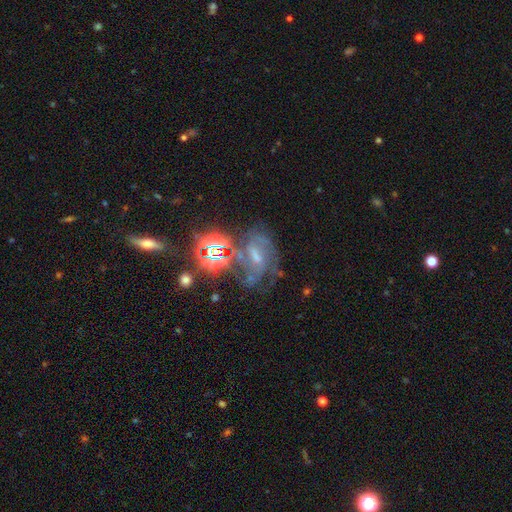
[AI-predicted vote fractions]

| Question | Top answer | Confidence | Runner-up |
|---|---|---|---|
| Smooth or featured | featured or disk | 55% | star or artifact (31%) |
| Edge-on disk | no | 94% | yes (6%) |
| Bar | weak | 46% | no (30%) |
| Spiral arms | yes | 81% | no (19%) |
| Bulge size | small | 41% | moderate (35%) |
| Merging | none | 49% | minor disturbance (19%) |